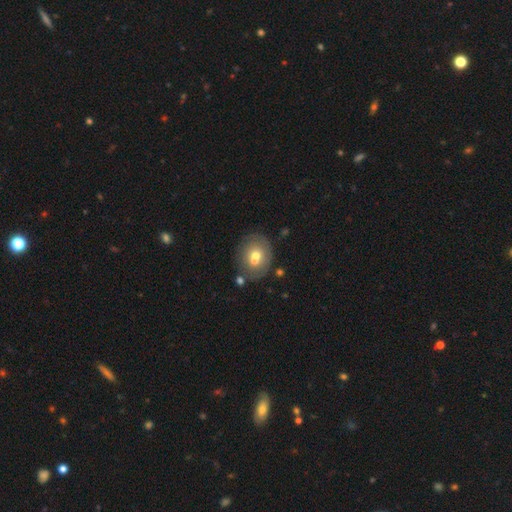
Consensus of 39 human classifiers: smooth 49%, featured or disk 44%, star or artifact 8%. Down the decision tree: how rounded — in between (53%); merging — none (47%).